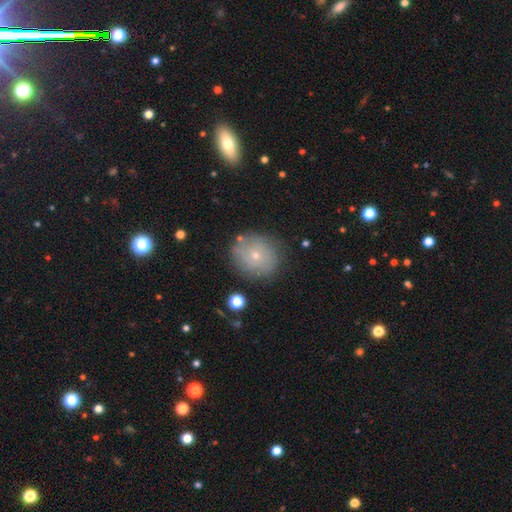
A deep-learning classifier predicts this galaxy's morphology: Smooth or featured? smooth (58%)
How rounded? round (85%)
Merging? none (80%)